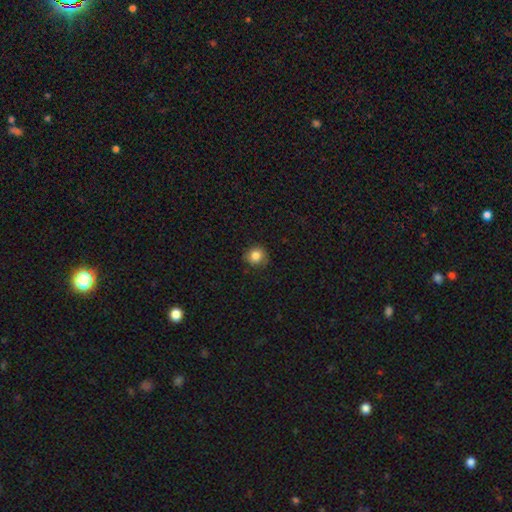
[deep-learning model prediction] Smooth or featured? Predicted: smooth (p=0.83). How rounded? Predicted: round (p=0.84). Merging? Predicted: none (p=0.81).